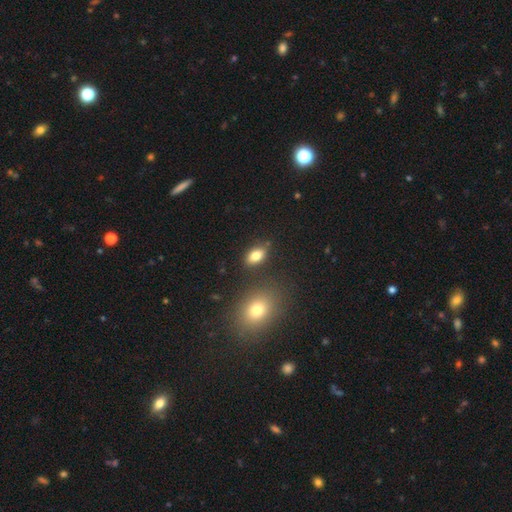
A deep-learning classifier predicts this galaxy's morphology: Smooth or featured? Predicted: smooth (p=0.82). How rounded? Predicted: in between (p=0.88). Merging? Predicted: none (p=0.80).